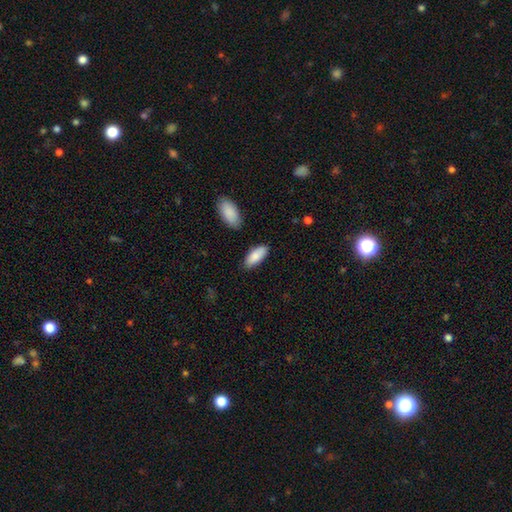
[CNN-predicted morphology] smooth_or_featured: smooth (p=0.87) [alt: featured or disk p=0.07]
how_rounded: in between (p=0.82) [alt: cigar-shaped p=0.16]
merging: none (p=0.82) [alt: minor disturbance p=0.12]